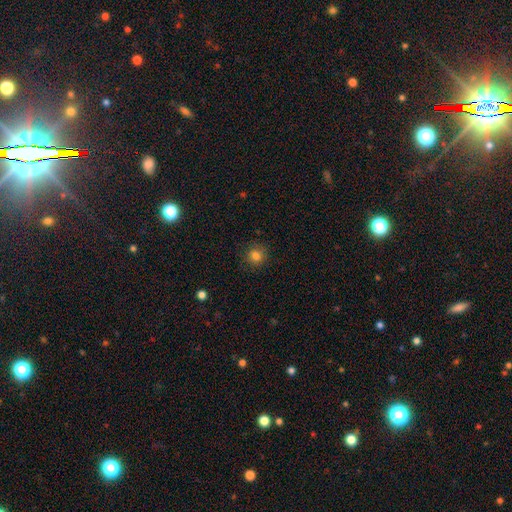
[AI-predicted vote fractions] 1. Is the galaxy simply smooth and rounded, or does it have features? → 82% smooth, 13% star or artifact, 5% featured or disk.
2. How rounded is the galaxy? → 92% round, 8% in between, 1% cigar-shaped.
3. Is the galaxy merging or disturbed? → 89% none, 7% minor disturbance, 2% major disturbance, 1% merger.